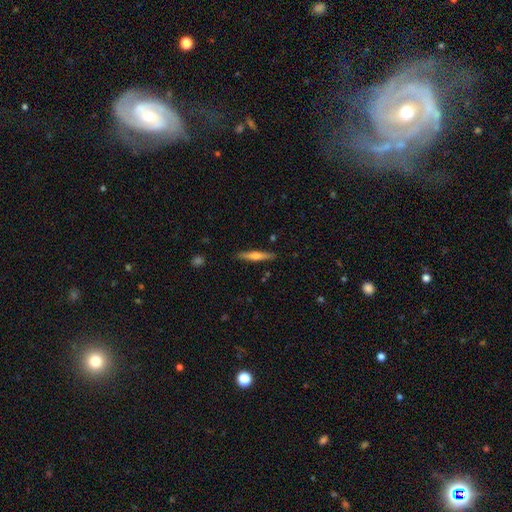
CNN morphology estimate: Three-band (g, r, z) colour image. It shows a smooth galaxy with no disk features (48%). Merging: none (89%).